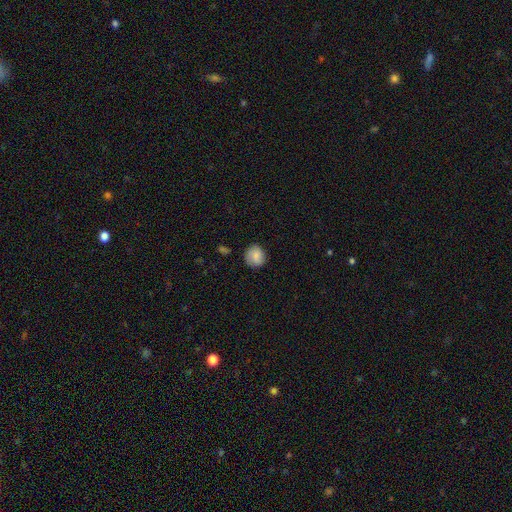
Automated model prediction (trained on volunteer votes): smooth-or-featured: smooth: 85% | star or artifact: 8% | featured or disk: 7%
  how-rounded: round: 85% | in between: 14% | cigar-shaped: 1%
  merging: none: 81% | minor disturbance: 14% | major disturbance: 3% | merger: 1%